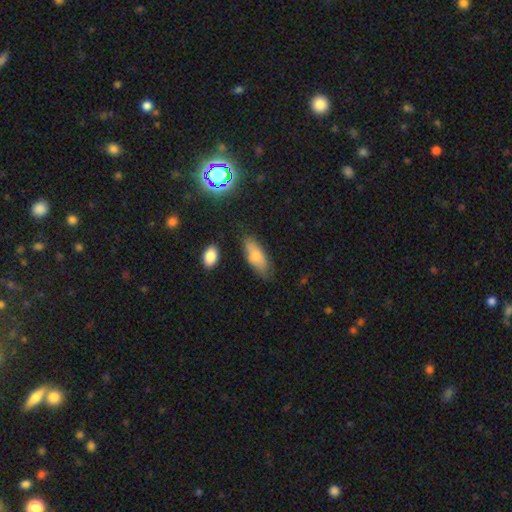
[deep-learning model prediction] A smooth galaxy with no disk features (77%) that is in between round and cigar-shaped (80%).

Vote fractions:
- Smooth or featured? smooth: 77% / featured or disk: 15% / star or artifact: 8%
- How rounded? in between: 80% / cigar-shaped: 18% / round: 2%
- Merging? none: 68% / minor disturbance: 24% / major disturbance: 5% / merger: 3%